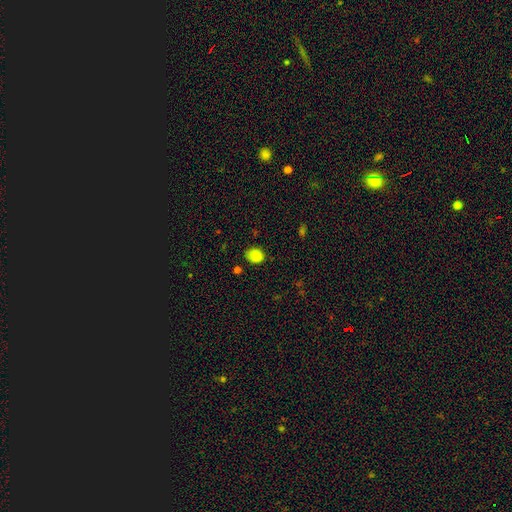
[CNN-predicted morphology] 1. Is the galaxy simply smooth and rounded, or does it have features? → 86% smooth, 11% star or artifact, 4% featured or disk.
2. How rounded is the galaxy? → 52% round, 47% in between, 1% cigar-shaped.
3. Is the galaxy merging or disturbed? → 76% none, 18% minor disturbance, 4% major disturbance, 2% merger.